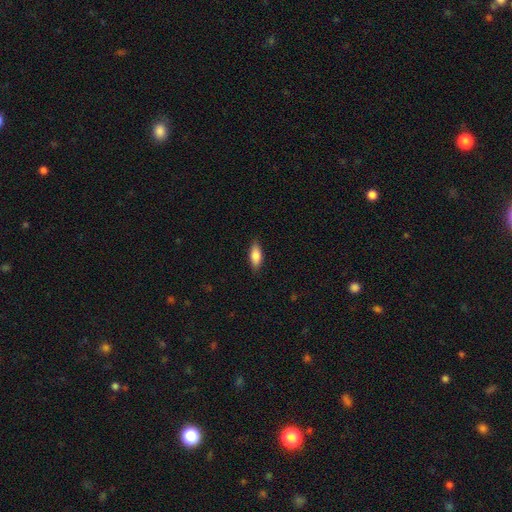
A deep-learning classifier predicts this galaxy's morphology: Q: Smooth or featured?
A: smooth (81%); runner-up: featured or disk (13%)
Q: How rounded?
A: in between (76%); runner-up: cigar-shaped (22%)
Q: Merging?
A: none (86%); runner-up: minor disturbance (11%)